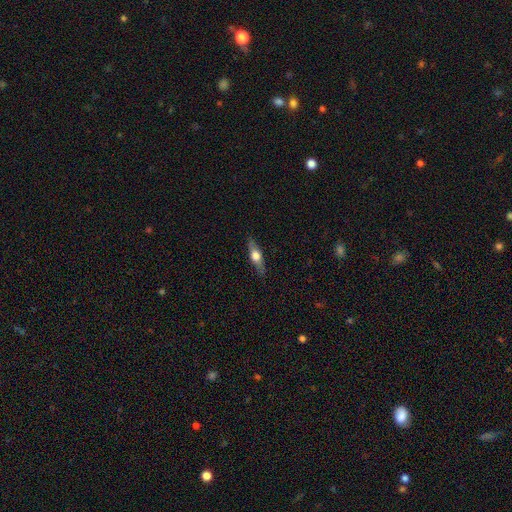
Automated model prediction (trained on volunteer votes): Q: Smooth or featured?
A: featured or disk (55%); runner-up: smooth (39%)
Q: Edge-on disk?
A: yes (92%); runner-up: no (8%)
Q: Edge-on bulge?
A: rounded (94%); runner-up: boxy (4%)
Q: Merging?
A: none (87%); runner-up: minor disturbance (10%)